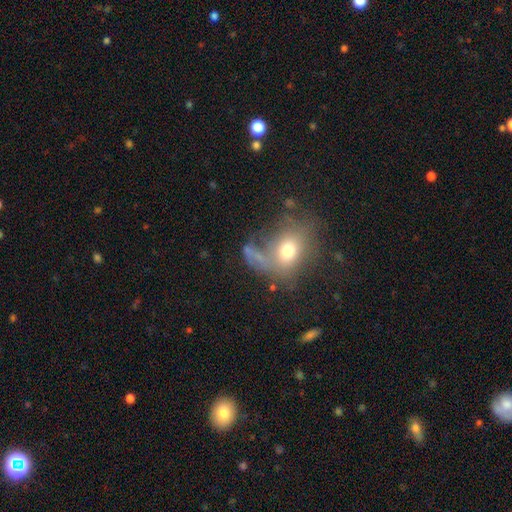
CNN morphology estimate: smooth-or-featured: smooth: 59% | featured or disk: 25% | star or artifact: 16%
  how-rounded: in between: 52% | round: 45% | cigar-shaped: 3%
  merging: none: 38% | major disturbance: 27% | minor disturbance: 18% | merger: 18%